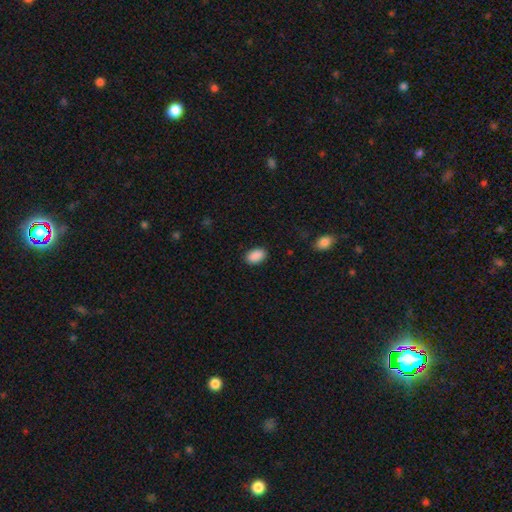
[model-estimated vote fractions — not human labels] Q: Smooth or featured?
A: smooth (90%); runner-up: star or artifact (7%)
Q: How rounded?
A: in between (90%); runner-up: round (9%)
Q: Merging?
A: none (88%); runner-up: minor disturbance (9%)